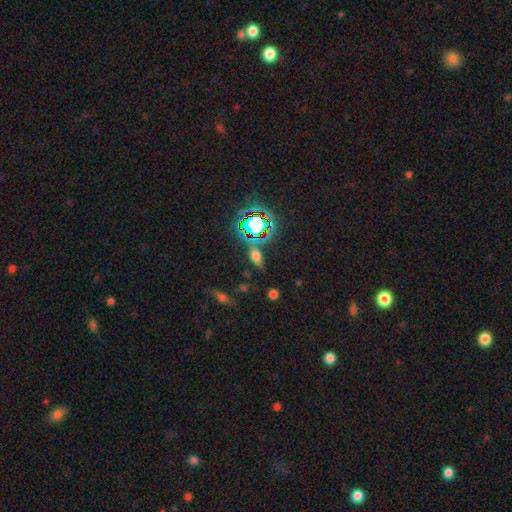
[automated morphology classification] Q: Smooth or featured?
A: smooth (51%); runner-up: star or artifact (31%)
Q: How rounded?
A: in between (69%); runner-up: cigar-shaped (18%)
Q: Merging?
A: none (74%); runner-up: minor disturbance (13%)